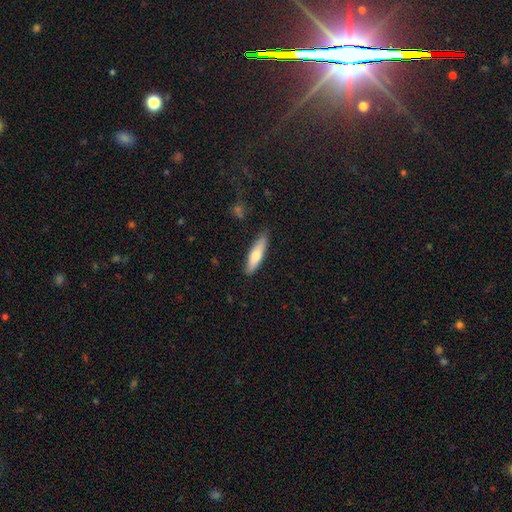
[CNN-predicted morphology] smooth 70%, featured or disk 25%, star or artifact 6%. Down the decision tree: how rounded — cigar-shaped (71%); merging — none (85%).